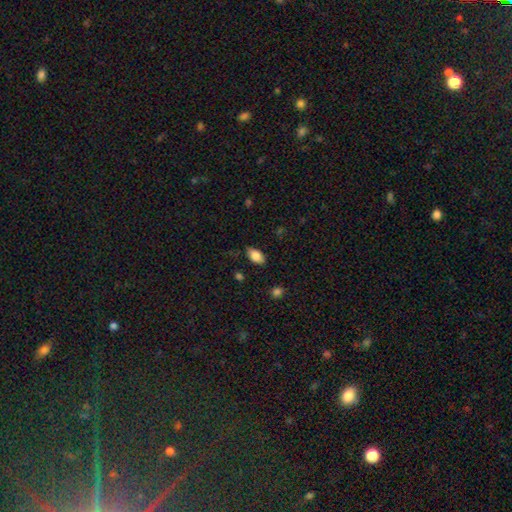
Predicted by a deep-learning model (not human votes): Smooth or featured? smooth (82%)
How rounded? in between (92%)
Merging? none (80%)